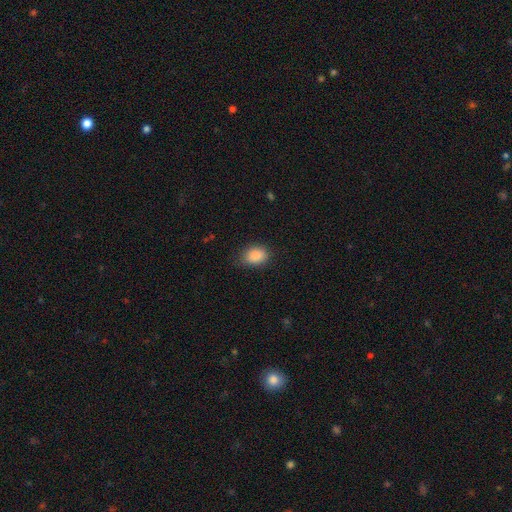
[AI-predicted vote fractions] Smooth or featured? smooth (89%)
How rounded? in between (77%)
Merging? none (73%)